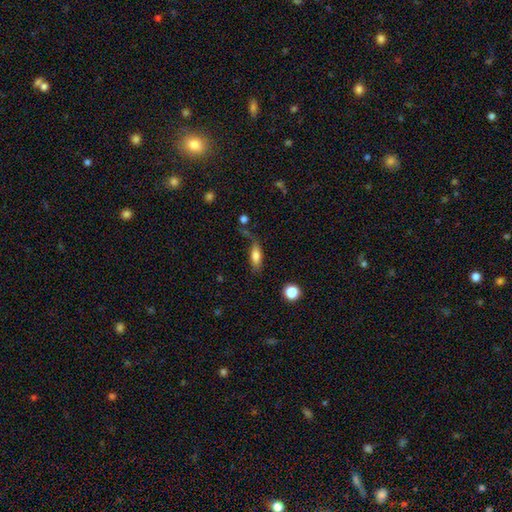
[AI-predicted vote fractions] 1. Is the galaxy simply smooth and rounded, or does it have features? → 74% smooth, 17% featured or disk, 9% star or artifact.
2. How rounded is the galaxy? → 70% in between, 26% cigar-shaped, 4% round.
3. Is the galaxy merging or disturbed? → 47% none, 25% minor disturbance, 19% major disturbance, 9% merger.